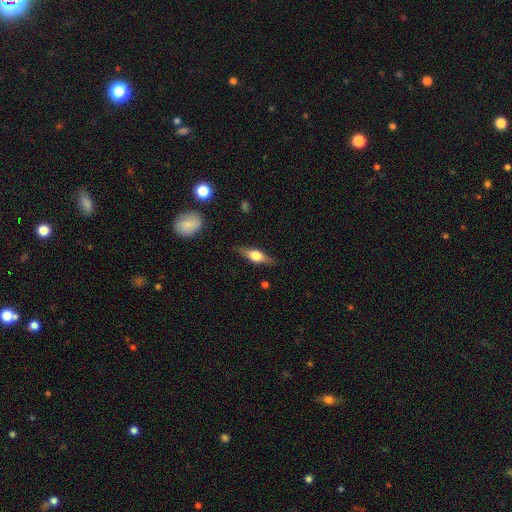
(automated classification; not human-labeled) Smooth or featured? Predicted: featured or disk (p=0.53). Edge-on disk? Predicted: yes (p=0.92). Merging? Predicted: none (p=0.83).